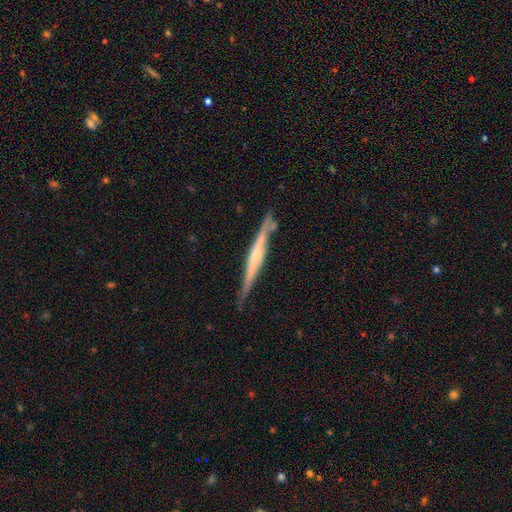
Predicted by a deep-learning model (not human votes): Smooth or featured? featured or disk (71%)
Edge-on disk? yes (96%)
Edge-on bulge? rounded (53%)
Merging? none (77%)